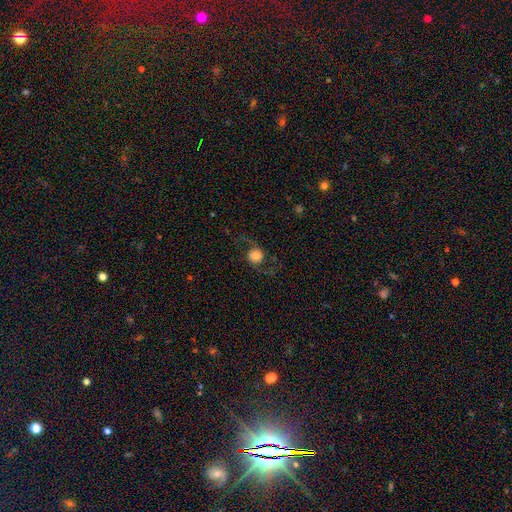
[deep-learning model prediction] Smooth or featured? featured or disk (52%)
Edge-on disk? no (93%)
Merging? none (68%)